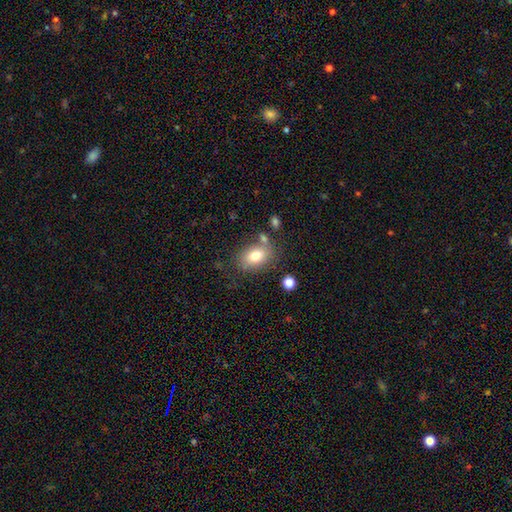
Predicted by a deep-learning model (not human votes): Smooth or featured: smooth — 77% (featured or disk — 14%)
How rounded: in between — 79% (round — 19%)
Merging: none — 70% (minor disturbance — 15%)